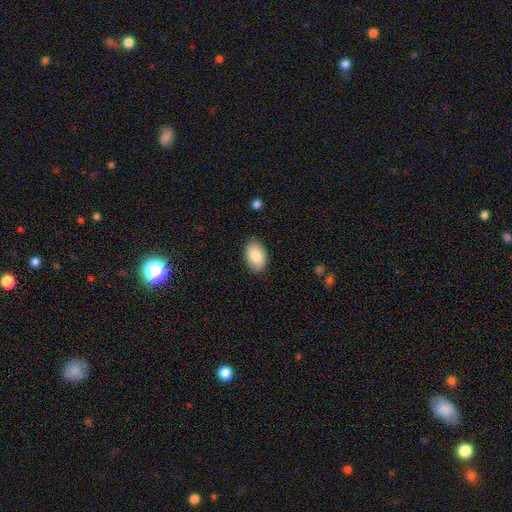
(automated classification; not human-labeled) This appears to be a smooth galaxy with no disk features (86%) that is in between round and cigar-shaped (92%). Merging: none (87%).